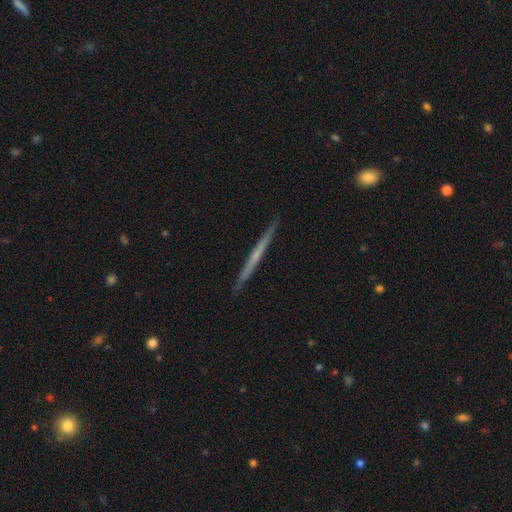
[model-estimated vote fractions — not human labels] A featured or disk galaxy (58%) viewed edge-on (98%) with no central bulge (85%).

Vote fractions:
- Smooth or featured? featured or disk: 58% / smooth: 37% / star or artifact: 5%
- Edge-on disk? yes: 98% / no: 2%
- Edge-on bulge? none: 85% / rounded: 11% / boxy: 4%
- Merging? none: 92% / minor disturbance: 6% / major disturbance: 1% / merger: 1%